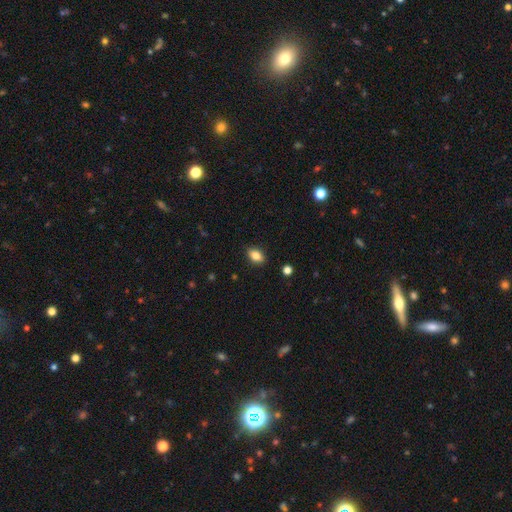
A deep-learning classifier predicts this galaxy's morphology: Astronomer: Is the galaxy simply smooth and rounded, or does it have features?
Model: smooth — 82%.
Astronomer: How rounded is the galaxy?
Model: in between — 85%.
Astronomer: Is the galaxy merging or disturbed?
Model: none — 87%.